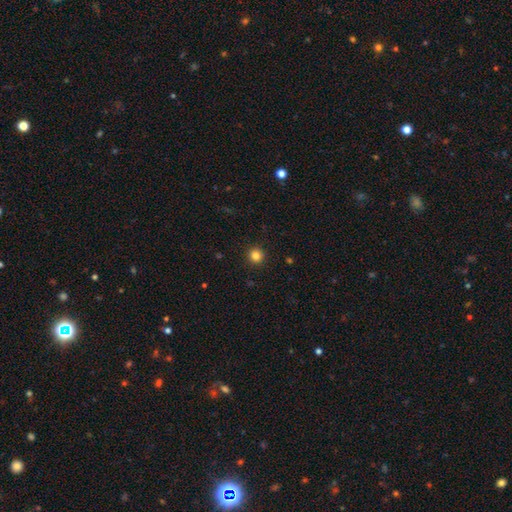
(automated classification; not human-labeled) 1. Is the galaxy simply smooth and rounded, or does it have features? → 84% smooth, 12% star or artifact, 4% featured or disk.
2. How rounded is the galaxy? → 95% round, 4% in between, 1% cigar-shaped.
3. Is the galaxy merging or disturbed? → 93% none, 5% minor disturbance, 2% major disturbance, 1% merger.